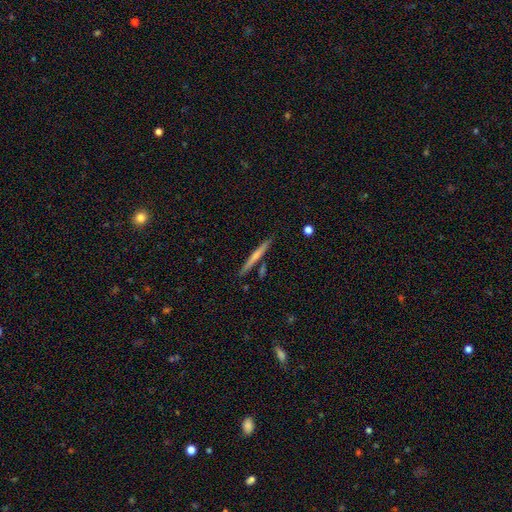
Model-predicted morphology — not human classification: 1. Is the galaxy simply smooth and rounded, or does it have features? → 55% smooth, 39% featured or disk, 6% star or artifact.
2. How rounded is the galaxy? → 96% cigar-shaped, 3% in between, 1% round.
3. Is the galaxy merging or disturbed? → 86% none, 8% minor disturbance, 4% merger, 2% major disturbance.